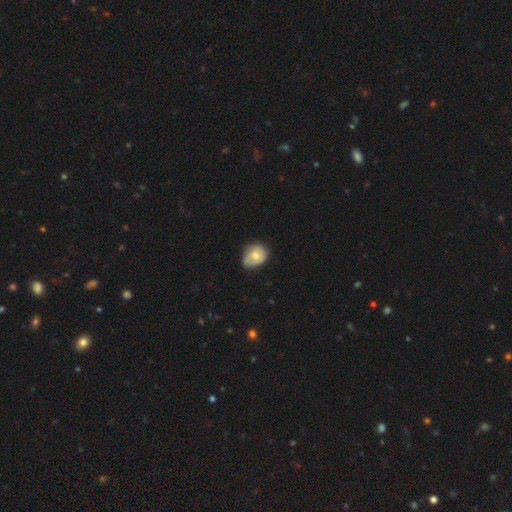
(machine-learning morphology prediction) The model was most divided on "how rounded": round: 50%, in between: 49%, cigar-shaped: 1%. More confident: smooth or featured — smooth (70%); merging — none (54%).